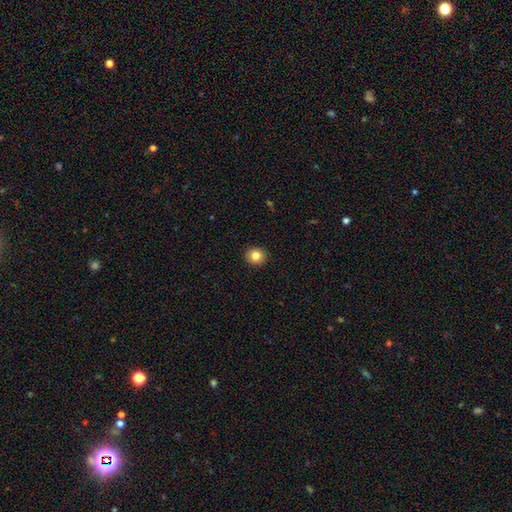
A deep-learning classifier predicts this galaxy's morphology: smooth_or_featured: smooth (p=0.83) [alt: star or artifact p=0.10]
how_rounded: round (p=0.83) [alt: in between p=0.16]
merging: none (p=0.92) [alt: minor disturbance p=0.05]